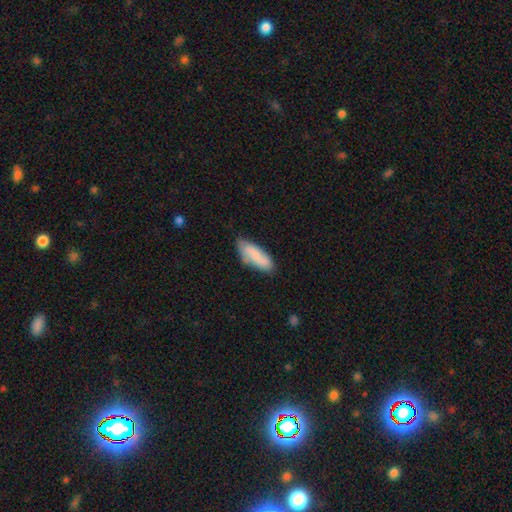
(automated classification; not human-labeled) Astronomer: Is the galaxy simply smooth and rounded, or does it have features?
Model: smooth — 75%.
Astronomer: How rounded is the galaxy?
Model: in between — 69%.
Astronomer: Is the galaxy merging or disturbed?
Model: none — 70%.